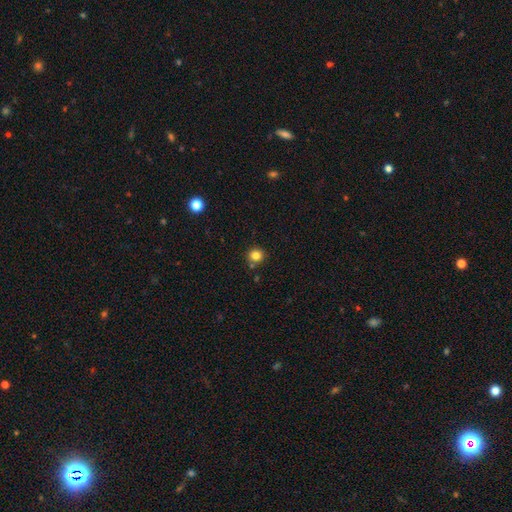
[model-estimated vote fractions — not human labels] Smooth or featured? Predicted: smooth (p=0.83). How rounded? Predicted: round (p=0.90). Merging? Predicted: none (p=0.84).